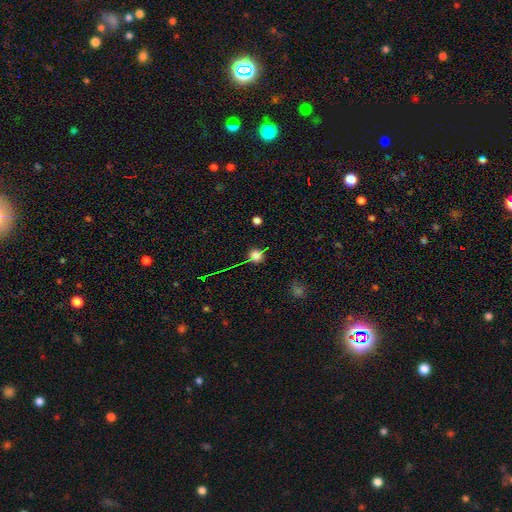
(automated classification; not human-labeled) Smooth or featured? smooth (63%)
How rounded? round (84%)
Merging? none (75%)